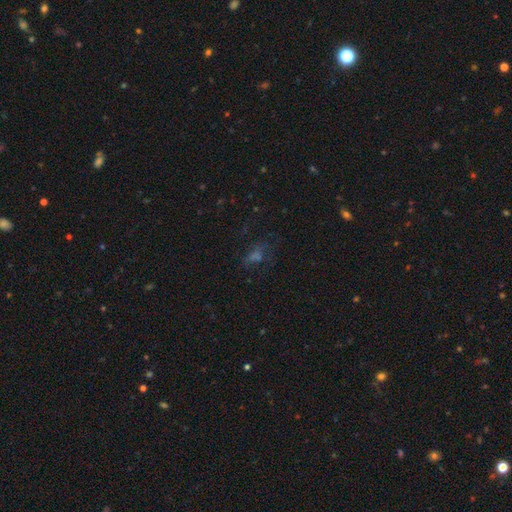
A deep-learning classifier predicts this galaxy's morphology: Smooth or featured? smooth (41%)
Merging? none (58%)